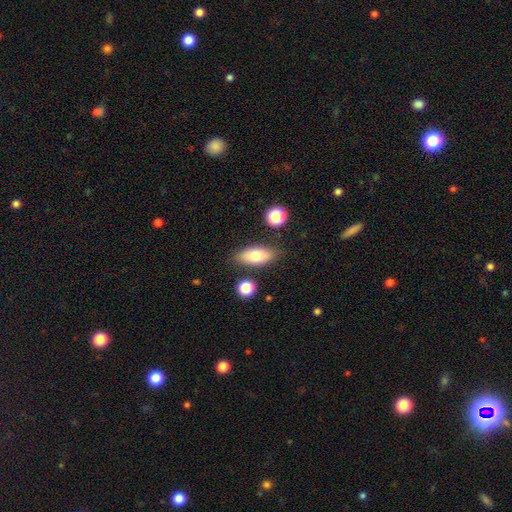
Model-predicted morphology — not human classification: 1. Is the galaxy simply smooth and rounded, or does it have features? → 75% smooth, 18% featured or disk, 7% star or artifact.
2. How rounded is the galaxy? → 82% in between, 14% cigar-shaped, 4% round.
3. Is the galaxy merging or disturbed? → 81% none, 12% minor disturbance, 4% merger, 3% major disturbance.